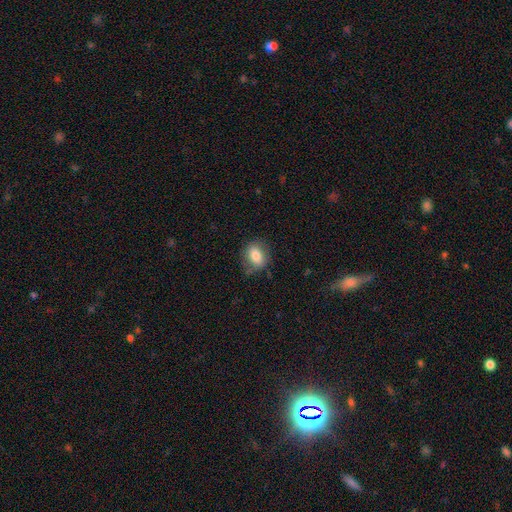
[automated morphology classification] type=smooth (80%); roundness=in between (64%); merging=none (71%).